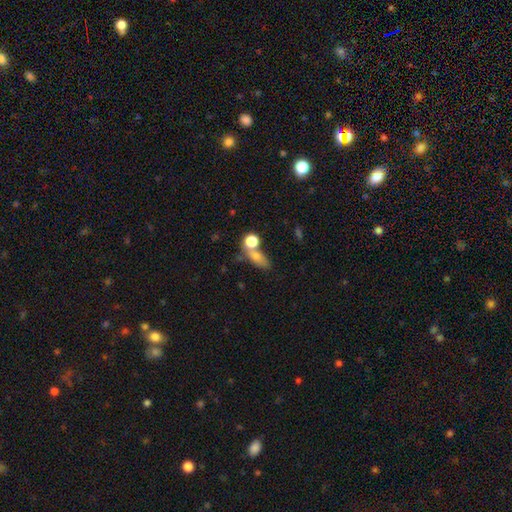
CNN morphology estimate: Overall: smooth (70%). How rounded: in between (58%; round 26%). Merging: none (45%; merger 32%).